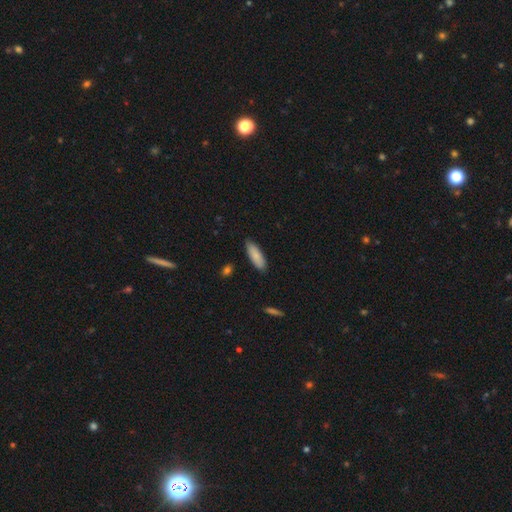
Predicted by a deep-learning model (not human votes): Smooth or featured?
  - smooth: 85% *
  - featured or disk: 9%
  - star or artifact: 6%
How rounded?
  - in between: 59% *
  - cigar-shaped: 39%
  - round: 2%
Merging?
  - none: 86% *
  - minor disturbance: 11%
  - major disturbance: 2%
  - merger: 1%